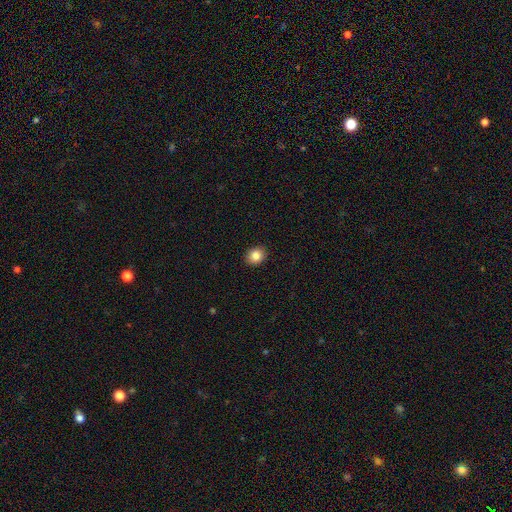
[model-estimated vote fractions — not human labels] The model was most divided on "how rounded": round: 58%, in between: 42%, cigar-shaped: 1%. More confident: merging — none (91%); smooth or featured — smooth (84%).